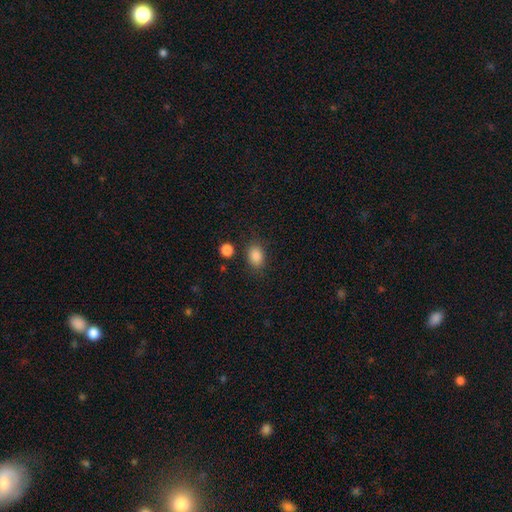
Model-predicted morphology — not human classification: Smooth or featured: smooth — 87% (star or artifact — 9%)
How rounded: in between — 73% (round — 25%)
Merging: none — 80% (minor disturbance — 12%)